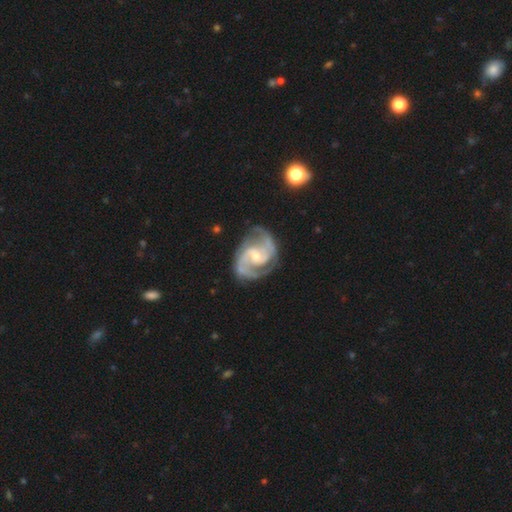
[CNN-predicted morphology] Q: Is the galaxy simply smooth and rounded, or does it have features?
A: featured or disk — 93%.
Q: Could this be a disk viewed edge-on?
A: no — 98%.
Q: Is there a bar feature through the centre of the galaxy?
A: weak — 52%.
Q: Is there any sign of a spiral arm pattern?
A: yes — 98%.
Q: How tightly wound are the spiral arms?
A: medium — 57%.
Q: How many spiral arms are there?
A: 2 — 86%.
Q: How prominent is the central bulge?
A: moderate — 48%.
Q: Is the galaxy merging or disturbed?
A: none — 73%.